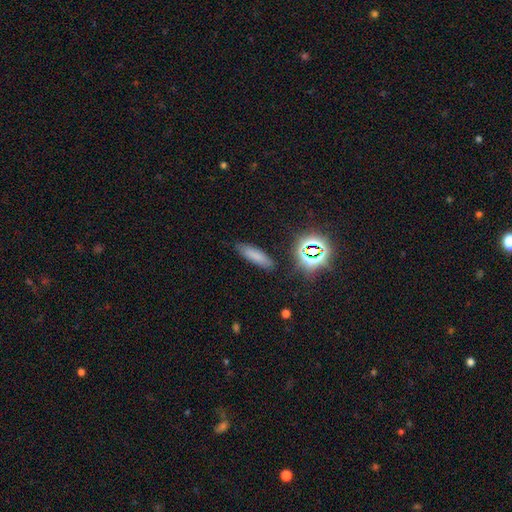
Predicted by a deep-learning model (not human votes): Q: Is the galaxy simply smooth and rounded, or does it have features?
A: smooth — 72%.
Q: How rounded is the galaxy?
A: cigar-shaped — 58%.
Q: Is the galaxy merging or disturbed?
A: none — 84%.